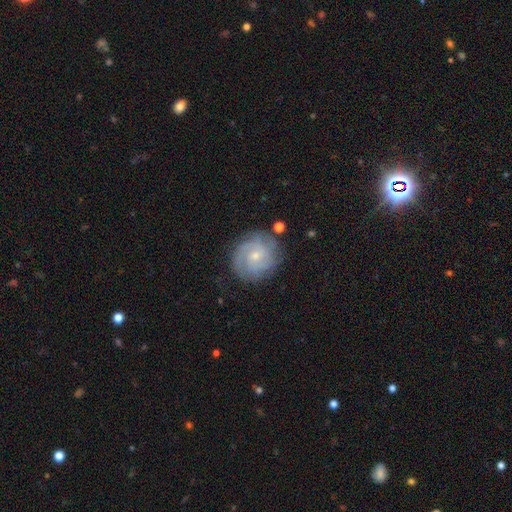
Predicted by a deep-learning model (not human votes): Overall: featured or disk (73%). Edge-on disk: no (98%). Bar: no (66%; weak 30%). Spiral arms: yes (91%). Spiral arm count: can't tell (34%; 2 25%). Spiral winding: tight (62%; medium 30%). Bulge size: small (64%; moderate 31%). Merging: none (77%).